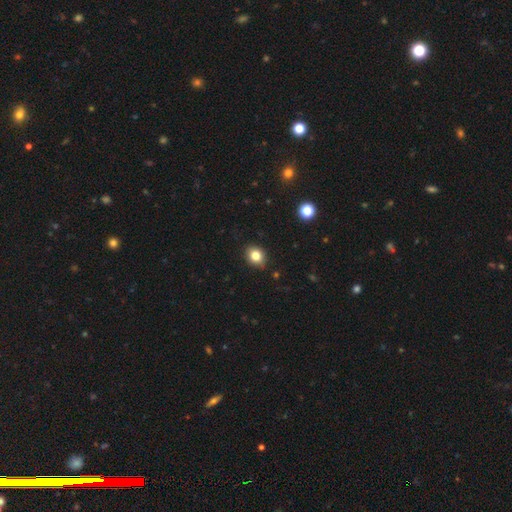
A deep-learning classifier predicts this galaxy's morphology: The model was most divided on "how rounded": in between: 50%, round: 49%, cigar-shaped: 1%. More confident: merging — none (85%); smooth or featured — smooth (82%).